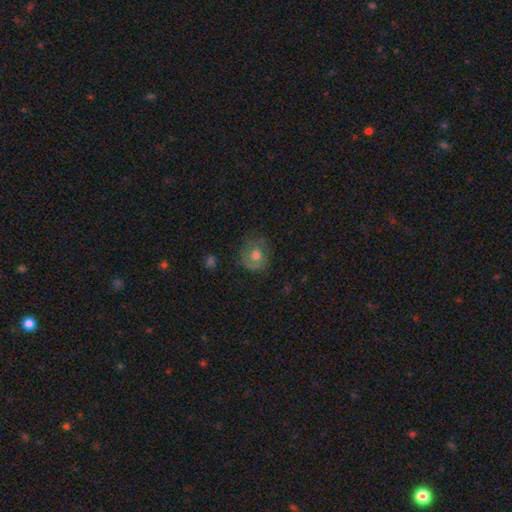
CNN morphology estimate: Smooth or featured: smooth — 54% (featured or disk — 35%)
How rounded: round — 76% (in between — 23%)
Merging: none — 63% (minor disturbance — 23%)